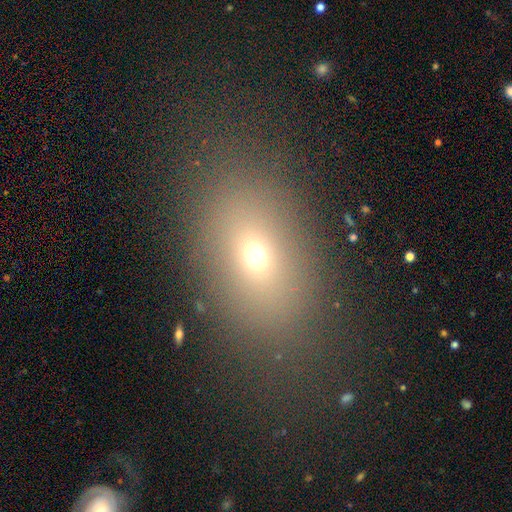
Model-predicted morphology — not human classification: smooth 65%, star or artifact 20%, featured or disk 15%. Down the decision tree: how rounded — in between (75%); merging — none (76%).